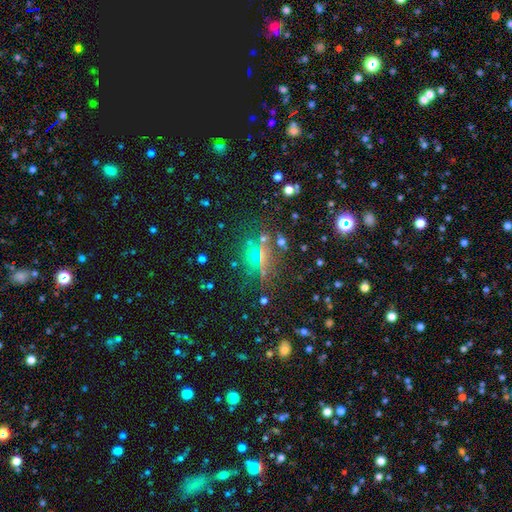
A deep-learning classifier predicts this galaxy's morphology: Smooth or featured: star or artifact — 42% (smooth — 41%)